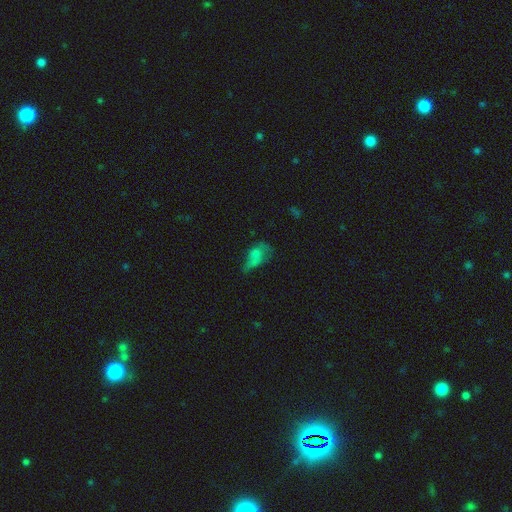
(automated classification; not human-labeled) This is possibly a smooth galaxy (57%). How rounded: clearly in between (83%). Merging: marginally major disturbance (38%).